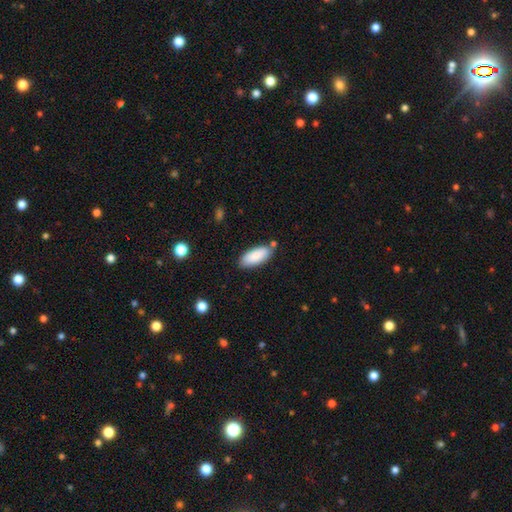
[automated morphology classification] A smooth galaxy with no disk features (88%) that is in between round and cigar-shaped (80%).

Vote fractions:
- Smooth or featured? smooth: 88% / featured or disk: 6% / star or artifact: 6%
- How rounded? in between: 80% / cigar-shaped: 19% / round: 2%
- Merging? none: 78% / minor disturbance: 14% / merger: 5% / major disturbance: 3%